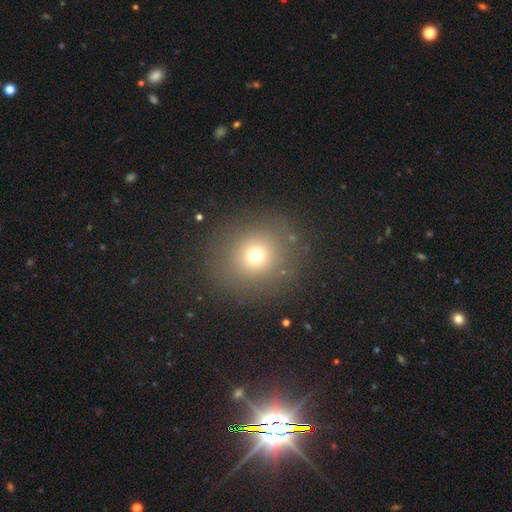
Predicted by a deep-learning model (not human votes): smooth_or_featured: smooth (p=0.69) [alt: star or artifact p=0.20]
how_rounded: round (p=0.87) [alt: in between p=0.12]
merging: none (p=0.85) [alt: minor disturbance p=0.08]